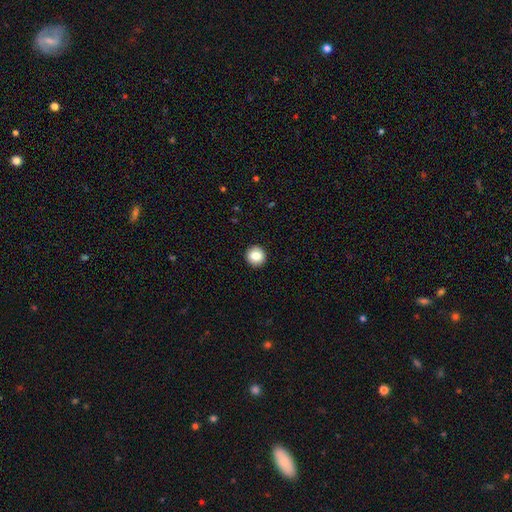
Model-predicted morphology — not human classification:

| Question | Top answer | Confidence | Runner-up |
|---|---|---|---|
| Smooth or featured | smooth | 85% | star or artifact (9%) |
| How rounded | round | 95% | in between (4%) |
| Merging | none | 93% | minor disturbance (4%) |